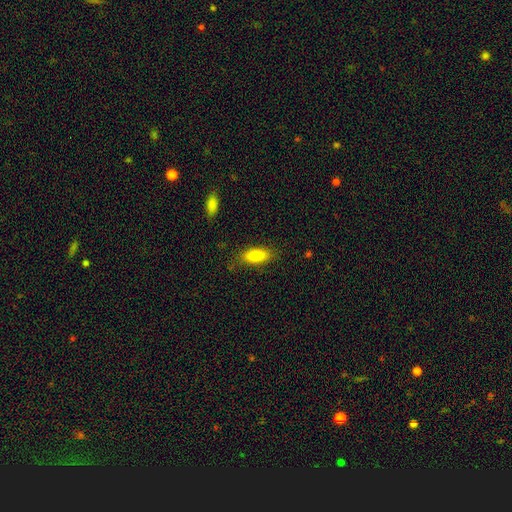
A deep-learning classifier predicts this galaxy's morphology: Smooth or featured? Predicted: smooth (p=0.83). How rounded? Predicted: in between (p=0.78). Merging? Predicted: none (p=0.81).